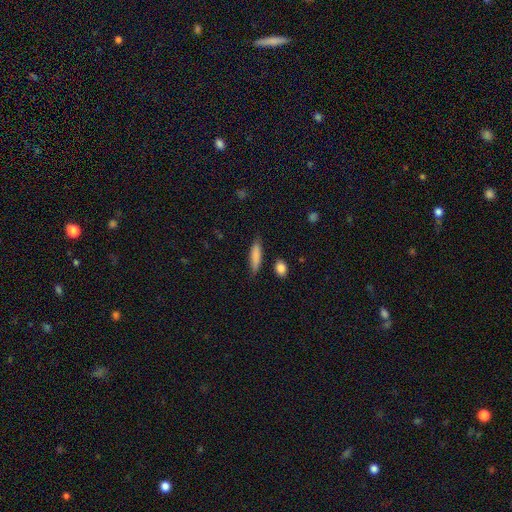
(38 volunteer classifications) Overall: smooth (89%). How rounded: cigar-shaped (85%). Merging: none (82%).